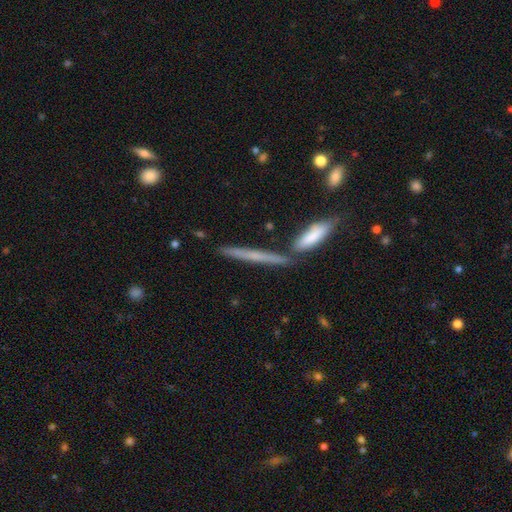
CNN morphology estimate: Smooth or featured?
  - featured or disk: 49% *
  - smooth: 42%
  - star or artifact: 9%
Merging?
  - none: 74% *
  - merger: 14%
  - minor disturbance: 9%
  - major disturbance: 3%